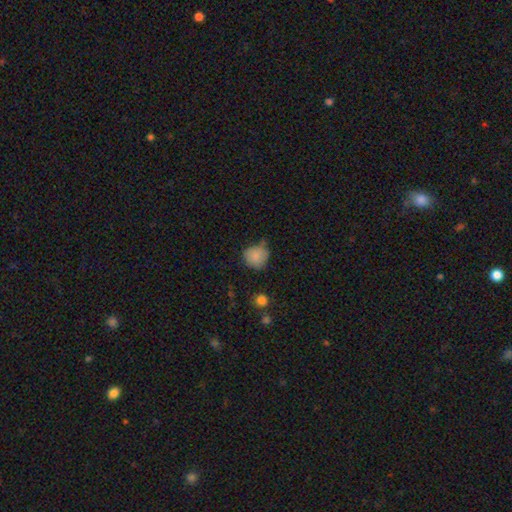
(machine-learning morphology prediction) This appears to be a smooth galaxy with no disk features (84%) that is round (84%). Merging: none (55%).